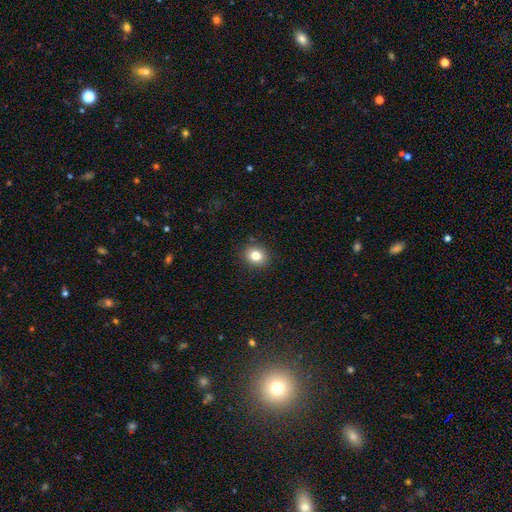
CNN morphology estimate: This appears to be a smooth galaxy with no disk features (83%) that is round (65%). Merging: none (89%).